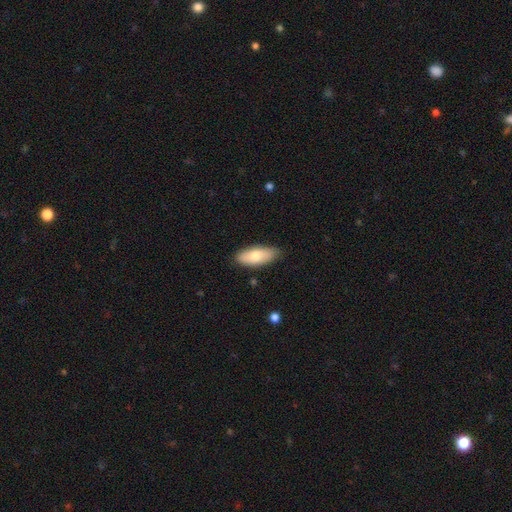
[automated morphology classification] Q: Smooth or featured?
A: smooth (75%); runner-up: featured or disk (19%)
Q: How rounded?
A: in between (80%); runner-up: cigar-shaped (18%)
Q: Merging?
A: none (86%); runner-up: minor disturbance (11%)